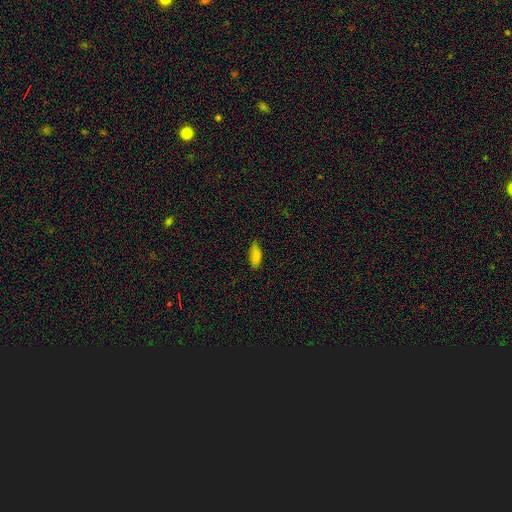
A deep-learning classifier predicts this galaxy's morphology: type=smooth (84%); roundness=in between (77%); merging=none (76%).